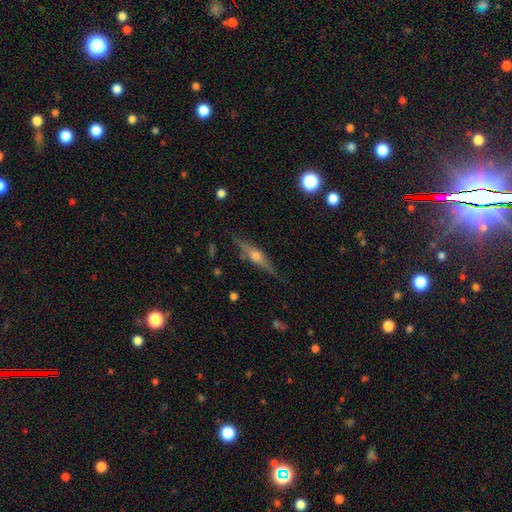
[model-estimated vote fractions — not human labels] A featured or disk galaxy (72%) viewed edge-on (96%) with a rounded central bulge (88%).

Vote fractions:
- Smooth or featured? featured or disk: 72% / smooth: 21% / star or artifact: 8%
- Edge-on disk? yes: 96% / no: 4%
- Edge-on bulge? rounded: 88% / boxy: 8% / none: 4%
- Merging? none: 83% / minor disturbance: 12% / major disturbance: 3% / merger: 2%